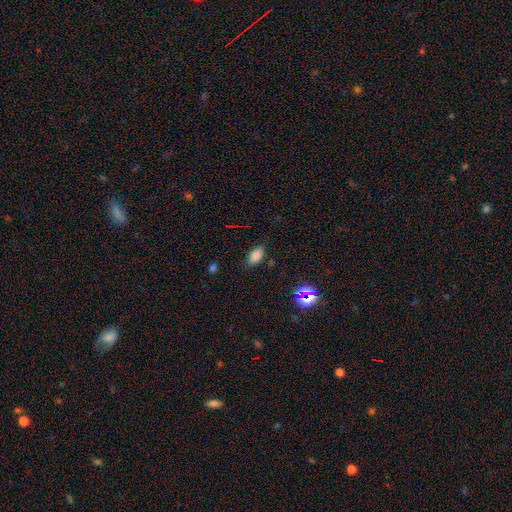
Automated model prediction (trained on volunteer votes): Smooth or featured? smooth (79%)
How rounded? in between (91%)
Merging? none (82%)